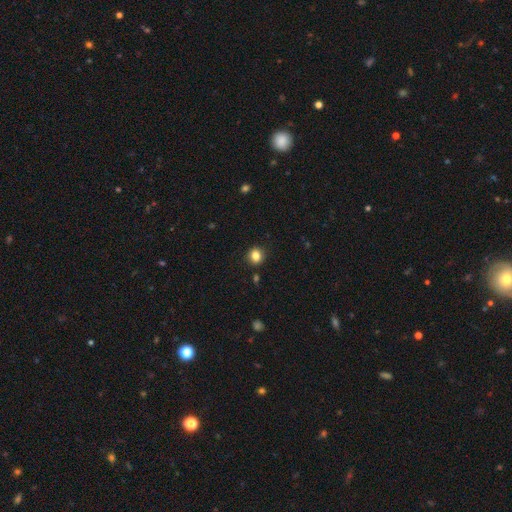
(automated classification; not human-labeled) smooth 83%, star or artifact 11%, featured or disk 6%. Down the decision tree: how rounded — round (77%); merging — none (88%).